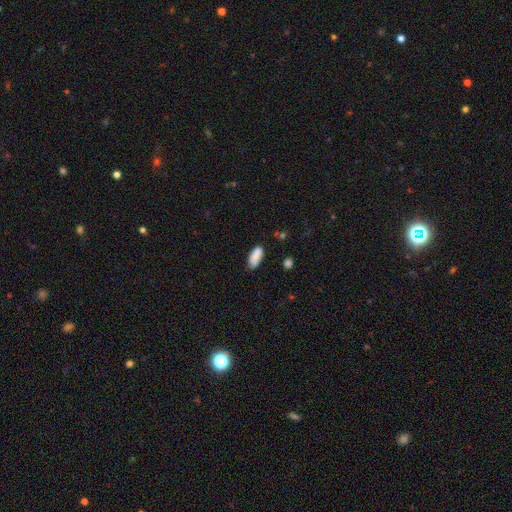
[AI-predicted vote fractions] smooth_or_featured: smooth (p=0.87) [alt: star or artifact p=0.07]
how_rounded: in between (p=0.83) [alt: cigar-shaped p=0.15]
merging: none (p=0.72) [alt: minor disturbance p=0.21]